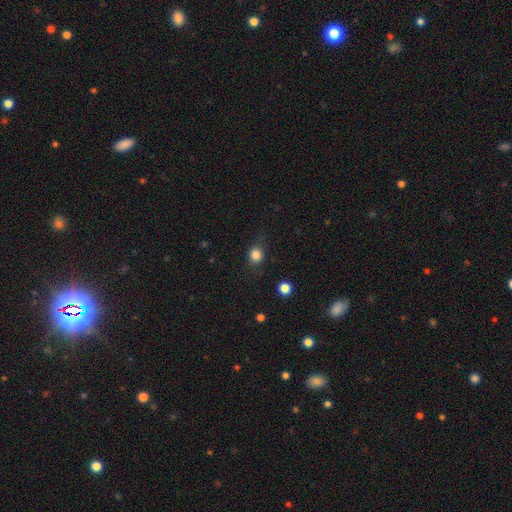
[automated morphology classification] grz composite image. It shows a smooth galaxy with no disk features (82%) that is round (77%). Merging: none (75%).